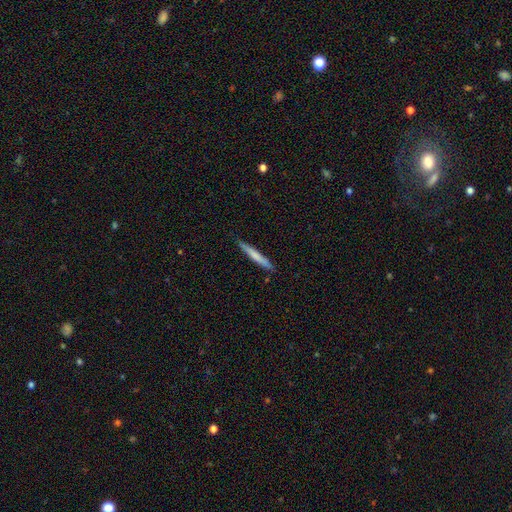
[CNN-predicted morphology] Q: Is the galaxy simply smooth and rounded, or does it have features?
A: smooth — 68%.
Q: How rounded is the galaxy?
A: cigar-shaped — 96%.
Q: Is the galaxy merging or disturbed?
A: none — 87%.